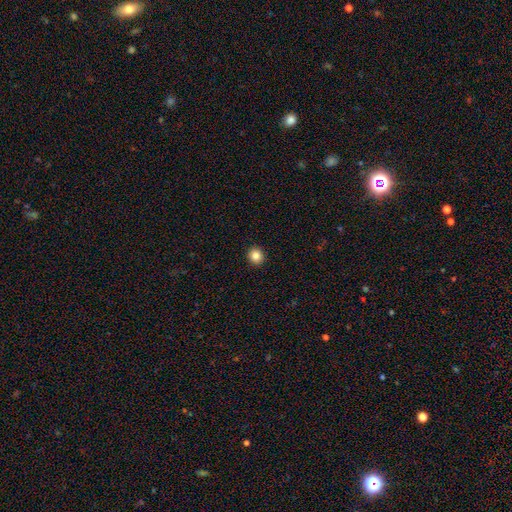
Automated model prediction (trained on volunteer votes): Smooth or featured?
  - smooth: 84% *
  - star or artifact: 11%
  - featured or disk: 5%
How rounded?
  - round: 90% *
  - in between: 9%
  - cigar-shaped: 1%
Merging?
  - none: 93% *
  - minor disturbance: 4%
  - major disturbance: 1%
  - merger: 1%